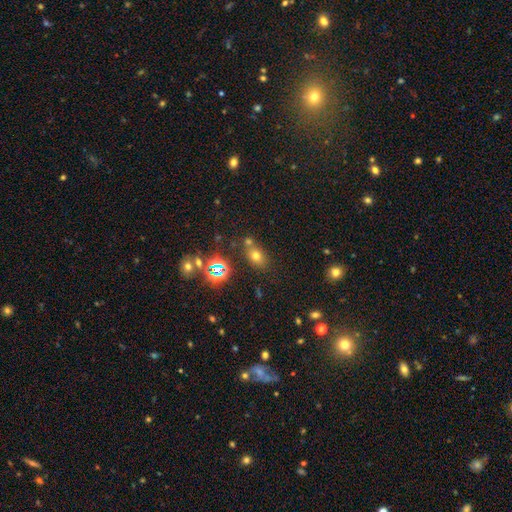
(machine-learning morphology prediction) A smooth galaxy with no disk features (62%) that is in between round and cigar-shaped (64%).

Vote fractions:
- Smooth or featured? smooth: 62% / star or artifact: 26% / featured or disk: 12%
- How rounded? in between: 64% / round: 34% / cigar-shaped: 2%
- Merging? none: 64% / merger: 20% / minor disturbance: 12% / major disturbance: 5%